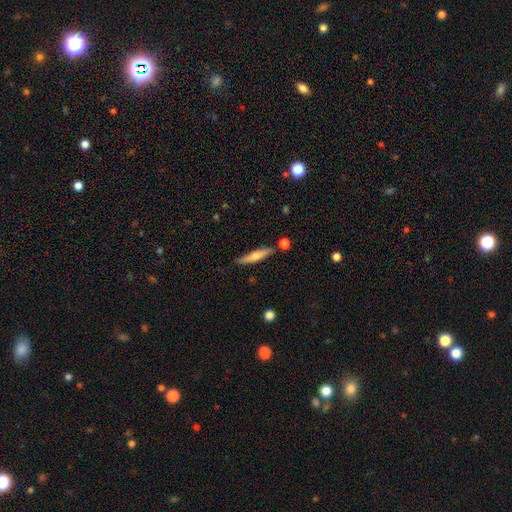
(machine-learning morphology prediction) smooth_or_featured: smooth (p=0.50) [alt: featured or disk p=0.43]
how_rounded: cigar-shaped (p=0.88) [alt: in between p=0.11]
merging: none (p=0.82) [alt: minor disturbance p=0.12]